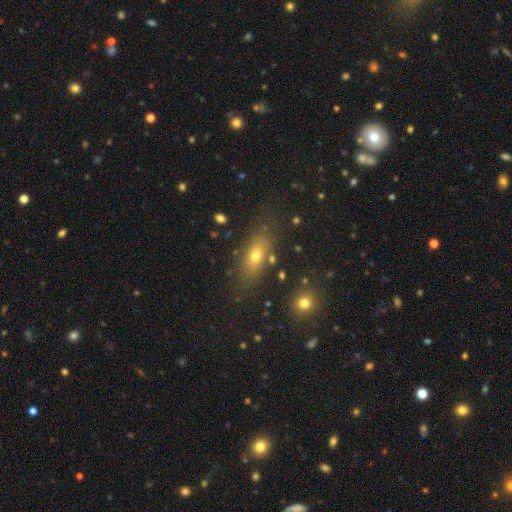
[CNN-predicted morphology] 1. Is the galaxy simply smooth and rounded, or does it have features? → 66% smooth, 20% featured or disk, 14% star or artifact.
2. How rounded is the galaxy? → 70% in between, 22% cigar-shaped, 8% round.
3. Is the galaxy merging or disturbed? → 79% none, 12% minor disturbance, 5% major disturbance, 4% merger.